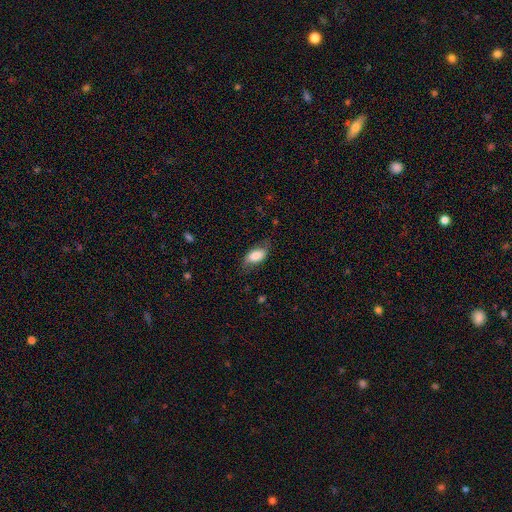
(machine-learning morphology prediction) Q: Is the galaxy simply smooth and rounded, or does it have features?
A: smooth — 72%.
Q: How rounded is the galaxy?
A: in between — 89%.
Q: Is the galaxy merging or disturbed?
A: none — 61%.